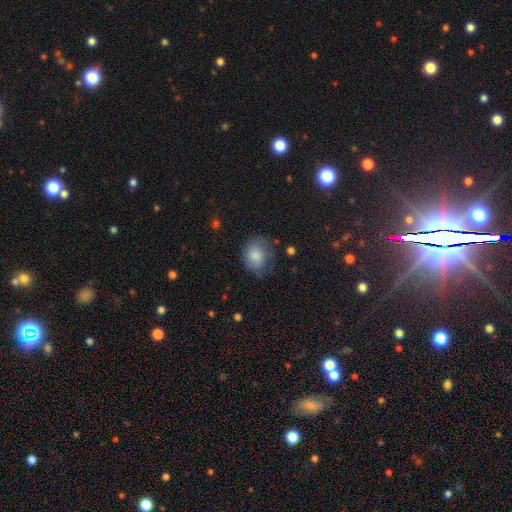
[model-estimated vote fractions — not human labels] This appears to be a smooth galaxy with no disk features (78%) that is round (55%). Merging: none (60%).